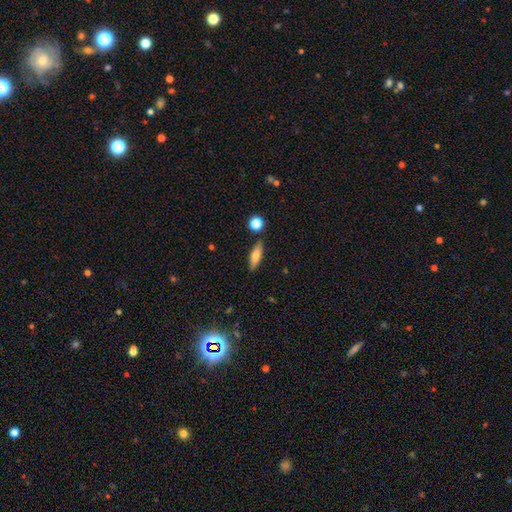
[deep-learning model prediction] Q: Smooth or featured?
A: smooth (71%); runner-up: featured or disk (22%)
Q: How rounded?
A: in between (49%); runner-up: cigar-shaped (47%)
Q: Merging?
A: none (84%); runner-up: minor disturbance (10%)